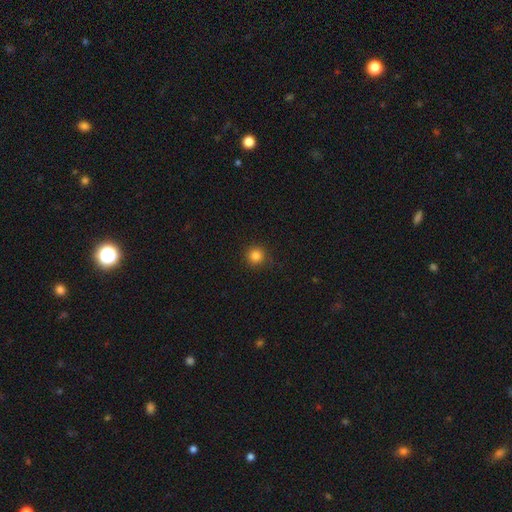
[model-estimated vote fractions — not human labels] smooth-or-featured: smooth: 83% | star or artifact: 13% | featured or disk: 4%
  how-rounded: round: 95% | in between: 4% | cigar-shaped: 1%
  merging: none: 91% | minor disturbance: 6% | major disturbance: 2% | merger: 1%